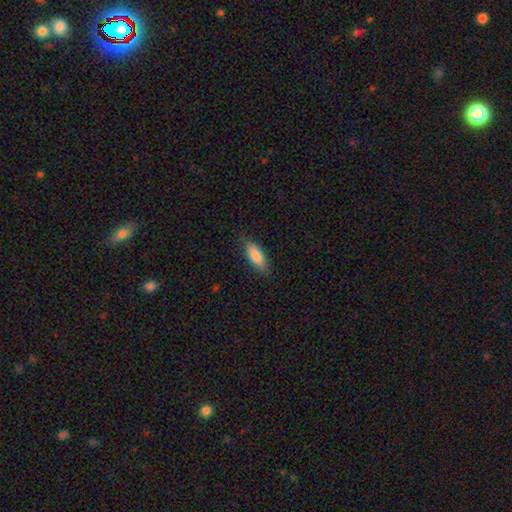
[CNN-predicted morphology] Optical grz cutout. It shows a smooth galaxy with no disk features (85%) that is in between round and cigar-shaped (72%). Merging: none (82%).